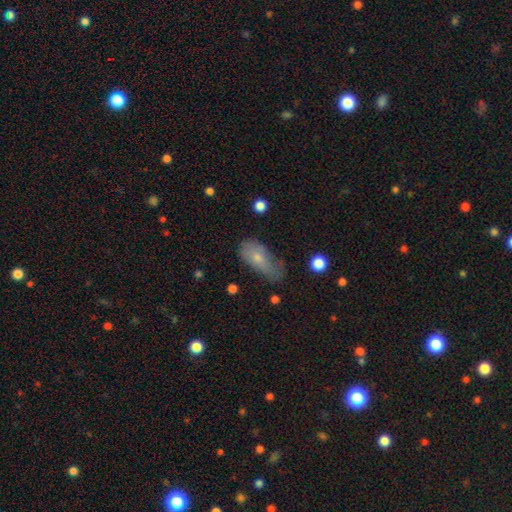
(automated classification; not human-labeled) This appears to be a smooth galaxy with no disk features (65%) that is in between round and cigar-shaped (83%). Merging: none (39%, tied with minor disturbance).